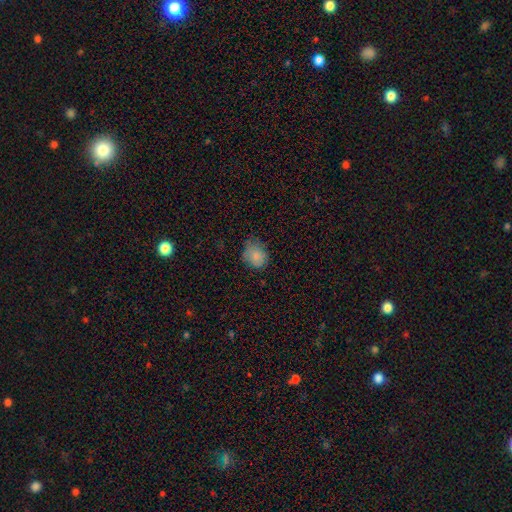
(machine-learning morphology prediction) Smooth or featured? smooth (83%)
How rounded? round (60%)
Merging? none (62%)